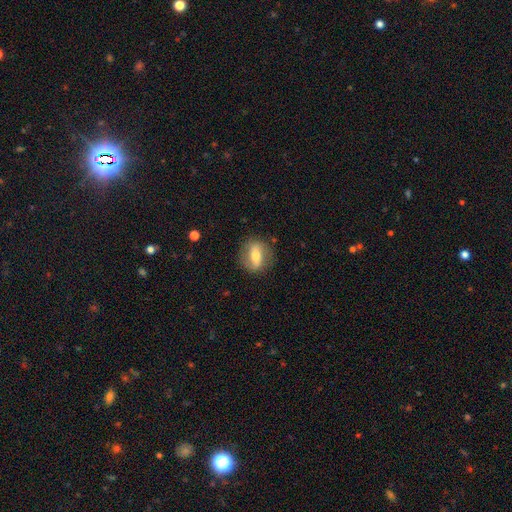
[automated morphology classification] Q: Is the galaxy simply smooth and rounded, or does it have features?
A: featured or disk — 53%.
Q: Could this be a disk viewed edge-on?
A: no — 84%.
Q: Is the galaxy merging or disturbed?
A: none — 81%.